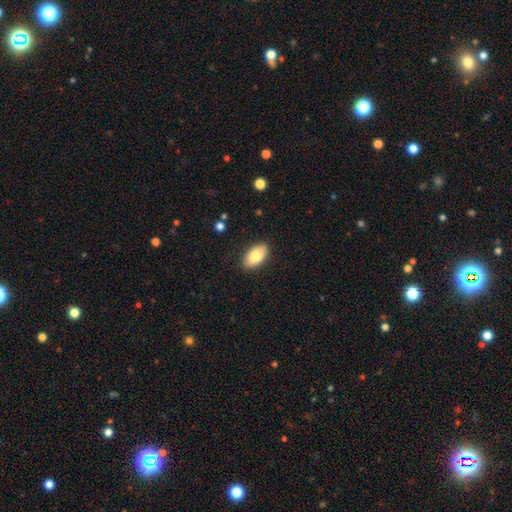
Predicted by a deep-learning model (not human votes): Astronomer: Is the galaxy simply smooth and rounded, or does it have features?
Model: smooth — 82%.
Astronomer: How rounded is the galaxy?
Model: in between — 94%.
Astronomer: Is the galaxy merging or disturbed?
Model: none — 88%.